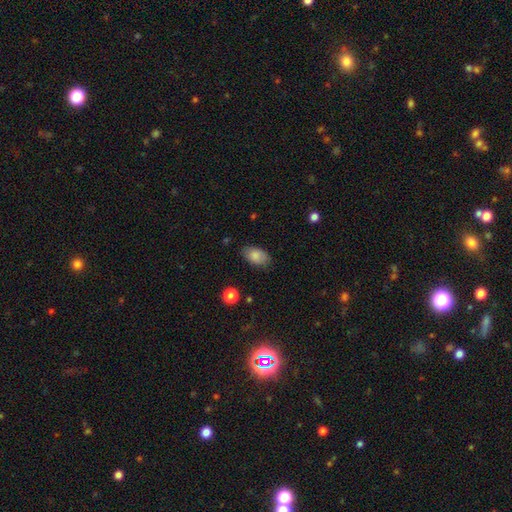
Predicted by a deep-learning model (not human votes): Q: Smooth or featured?
A: smooth (85%); runner-up: featured or disk (8%)
Q: How rounded?
A: in between (92%); runner-up: round (6%)
Q: Merging?
A: none (80%); runner-up: minor disturbance (15%)